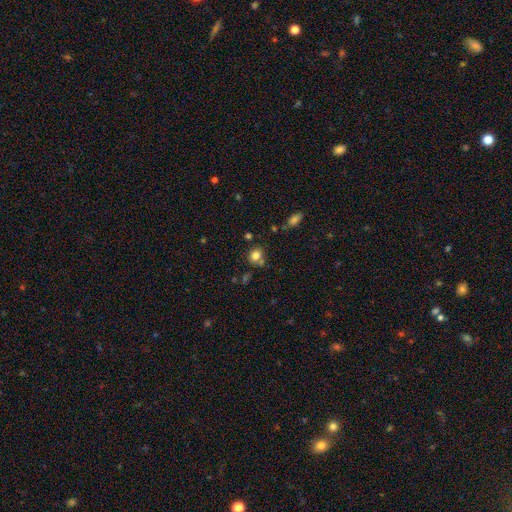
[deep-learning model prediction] This is clearly a smooth galaxy (80%). How rounded: likely round (67%). Merging: likely none (69%).